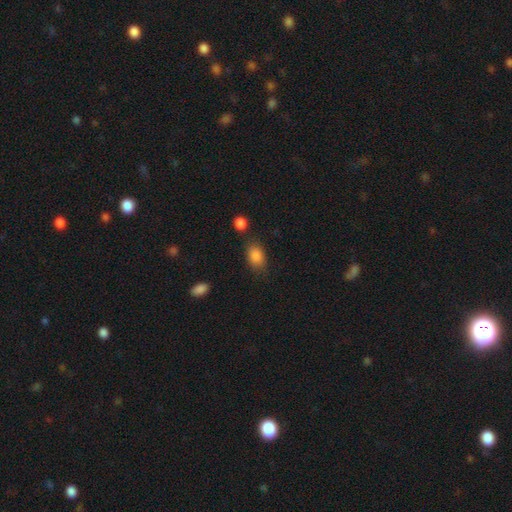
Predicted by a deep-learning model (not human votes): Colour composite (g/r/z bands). It shows a smooth galaxy with no disk features (87%) that is in between round and cigar-shaped (81%). Merging: none (71%).